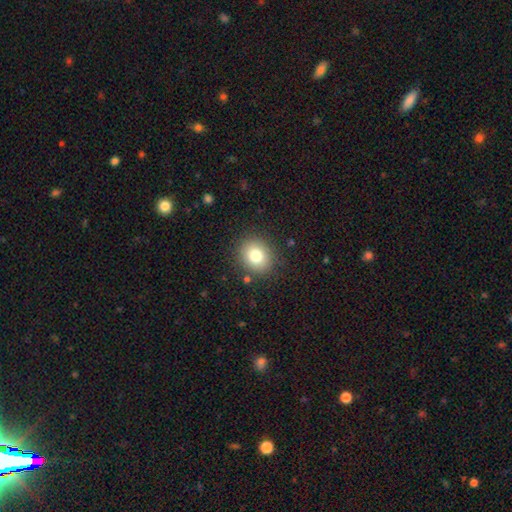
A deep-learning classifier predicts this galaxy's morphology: smooth_or_featured: smooth (p=0.78) [alt: star or artifact p=0.12]
how_rounded: round (p=0.73) [alt: in between p=0.27]
merging: none (p=0.87) [alt: minor disturbance p=0.08]